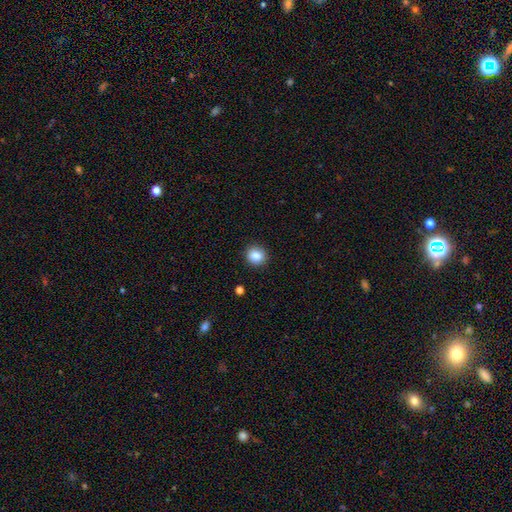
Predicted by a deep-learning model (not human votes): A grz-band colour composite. It shows a smooth galaxy with no disk features (86%) that is round (87%). Merging: none (91%).